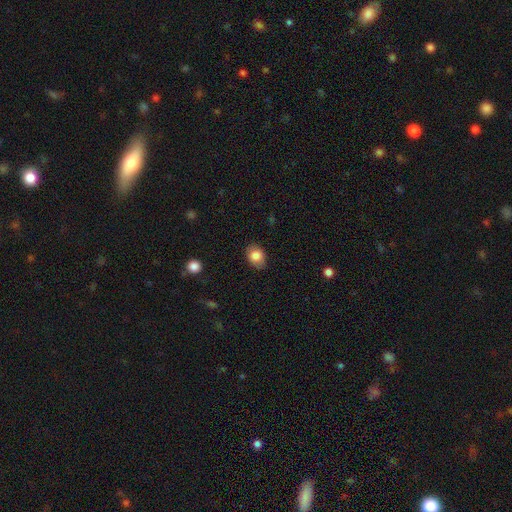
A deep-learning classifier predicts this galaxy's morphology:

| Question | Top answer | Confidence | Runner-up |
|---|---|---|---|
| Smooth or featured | smooth | 82% | featured or disk (10%) |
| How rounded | in between | 72% | round (27%) |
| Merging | none | 85% | minor disturbance (12%) |